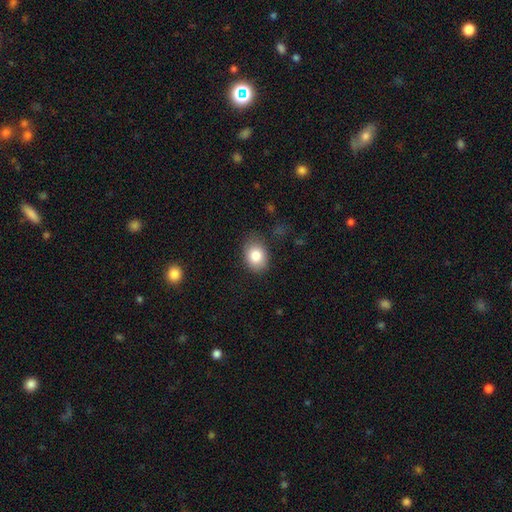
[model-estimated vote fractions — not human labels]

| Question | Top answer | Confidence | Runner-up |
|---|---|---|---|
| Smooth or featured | smooth | 83% | star or artifact (9%) |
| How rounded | in between | 65% | round (34%) |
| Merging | none | 77% | minor disturbance (17%) |